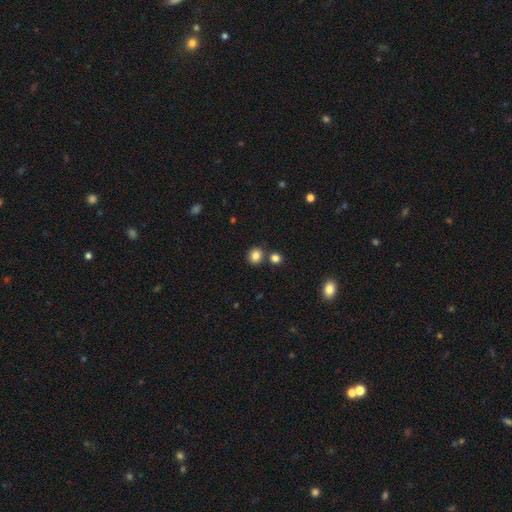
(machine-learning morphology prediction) A smooth galaxy with no disk features (83%) that is round (83%).

Vote fractions:
- Smooth or featured? smooth: 83% / star or artifact: 11% / featured or disk: 6%
- How rounded? round: 83% / in between: 16% / cigar-shaped: 1%
- Merging? none: 77% / merger: 13% / minor disturbance: 8% / major disturbance: 2%